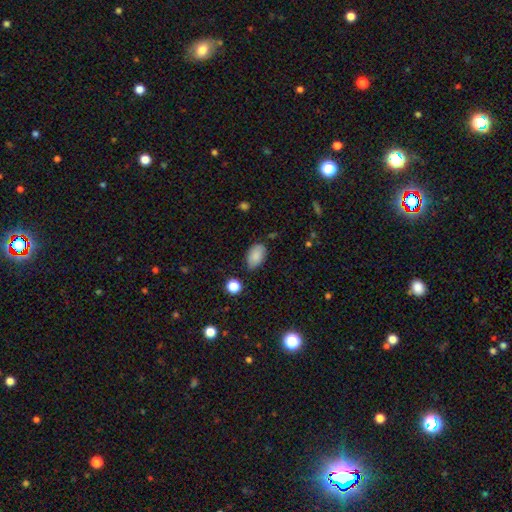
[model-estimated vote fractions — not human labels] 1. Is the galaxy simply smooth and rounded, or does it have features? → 85% smooth, 8% star or artifact, 7% featured or disk.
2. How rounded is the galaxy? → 91% in between, 7% round, 1% cigar-shaped.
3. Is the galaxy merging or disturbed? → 75% none, 19% minor disturbance, 4% major disturbance, 3% merger.